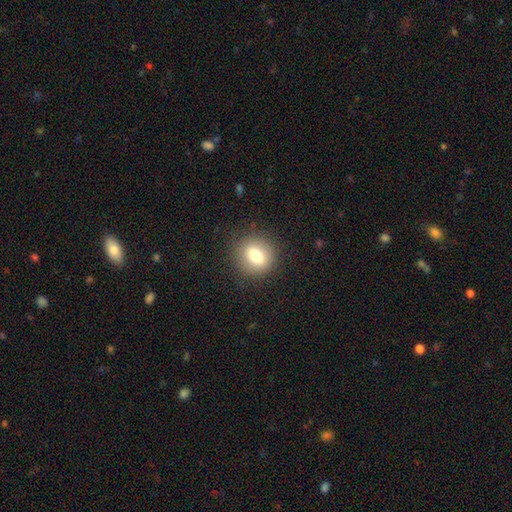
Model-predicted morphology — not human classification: This appears to be a smooth galaxy with no disk features (76%) that is round (75%). Merging: none (86%).